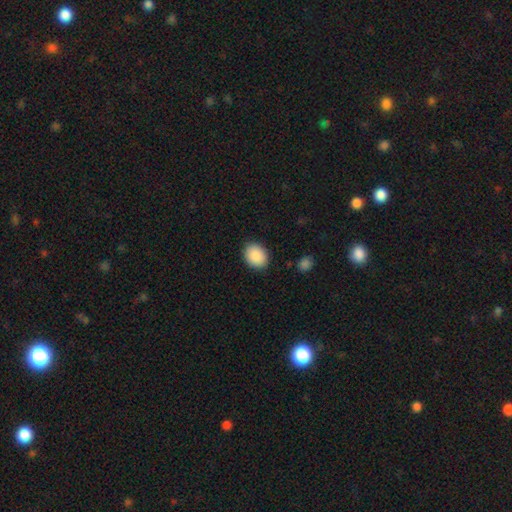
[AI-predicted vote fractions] Smooth or featured? Predicted: smooth (p=0.90). How rounded? Predicted: in between (p=0.50). Merging? Predicted: none (p=0.89).